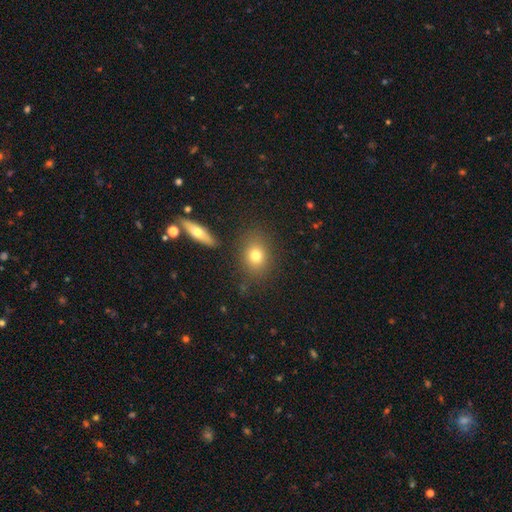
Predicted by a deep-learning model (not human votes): This is likely a smooth galaxy (75%). How rounded: possibly round (49%). Merging: likely none (80%).